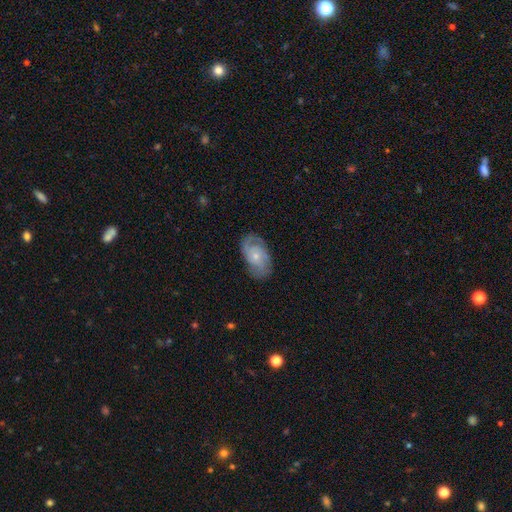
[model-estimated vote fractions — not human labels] A featured or disk galaxy (76%) with no bar (74%), 2 (56%) tight (48%) spiral arms (93%) and a small central bulge (65%).

Vote fractions:
- Smooth or featured? featured or disk: 76% / smooth: 18% / star or artifact: 6%
- Edge-on disk? no: 96% / yes: 4%
- Bar? no: 74% / weak: 23% / strong: 3%
- Spiral arms? yes: 93% / no: 7%
- Spiral winding? tight: 48% / medium: 40% / loose: 13%
- Spiral arm count? 2: 56% / can't tell: 19% / 3: 13% / 1: 6% / 4: 3% / more than 4: 3%
- Bulge size? small: 65% / moderate: 30% / none: 2% / large: 2% / dominant: 1%
- Merging? none: 74% / minor disturbance: 18% / major disturbance: 7% / merger: 1%